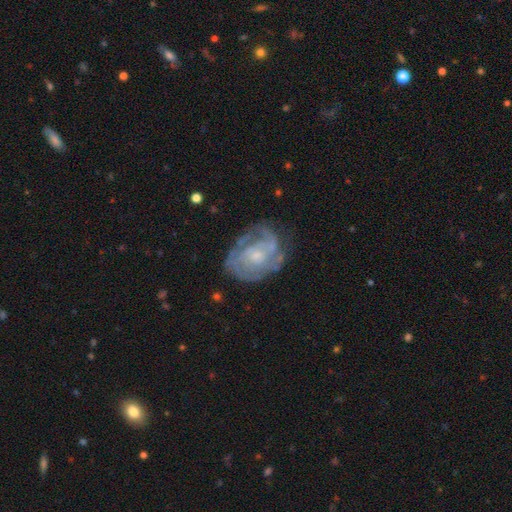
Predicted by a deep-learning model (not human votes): A featured or disk galaxy (81%) with no bar (72%), tight (58%) spiral arms (88%) and a small central bulge (56%).

Vote fractions:
- Smooth or featured? featured or disk: 81% / smooth: 13% / star or artifact: 6%
- Edge-on disk? no: 97% / yes: 3%
- Bar? no: 72% / weak: 24% / strong: 4%
- Spiral arms? yes: 88% / no: 12%
- Spiral winding? tight: 58% / medium: 32% / loose: 9%
- Spiral arm count? can't tell: 38% / 2: 29% / 3: 18% / 4: 6% / 1: 6% / more than 4: 4%
- Bulge size? small: 56% / moderate: 34% / none: 7% / large: 3% / dominant: 1%
- Merging? none: 63% / minor disturbance: 22% / major disturbance: 12% / merger: 2%